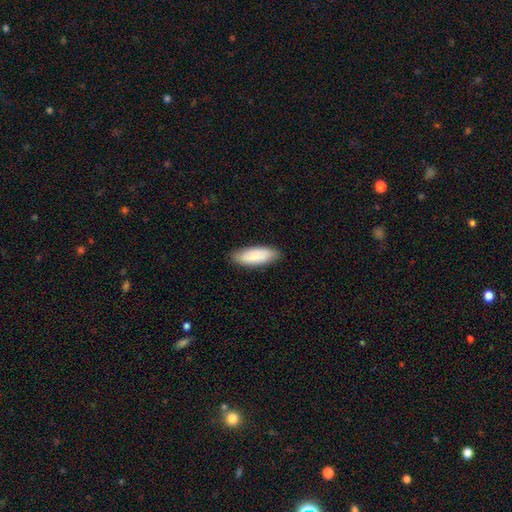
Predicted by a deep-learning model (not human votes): smooth_or_featured: smooth (p=0.84) [alt: featured or disk p=0.10]
how_rounded: in between (p=0.72) [alt: cigar-shaped p=0.27]
merging: none (p=0.85) [alt: minor disturbance p=0.12]